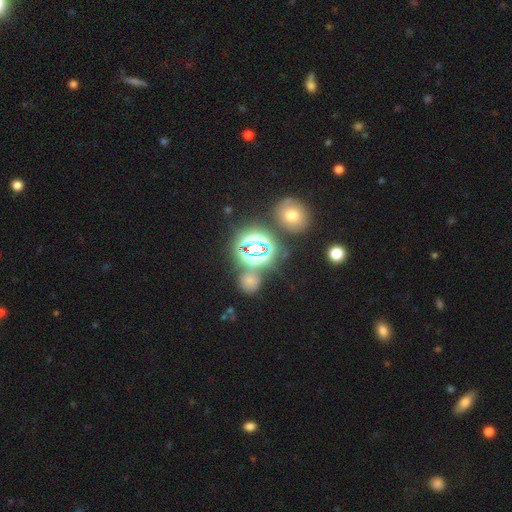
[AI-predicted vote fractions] This is likely a star or artifact rather than a galaxy (70%).